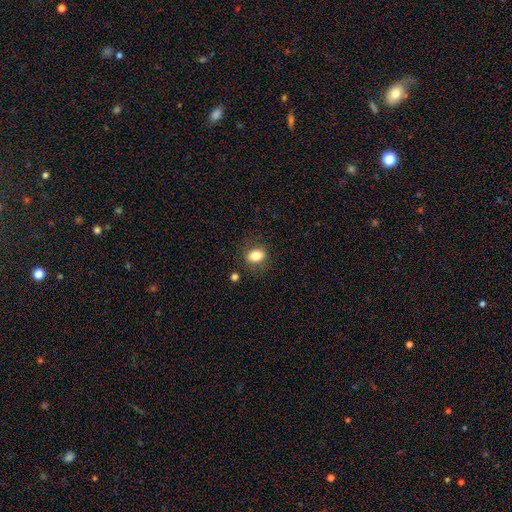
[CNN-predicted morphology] The model was most divided on "how rounded": in between: 63%, round: 36%, cigar-shaped: 1%. More confident: smooth or featured — smooth (82%); merging — none (81%).